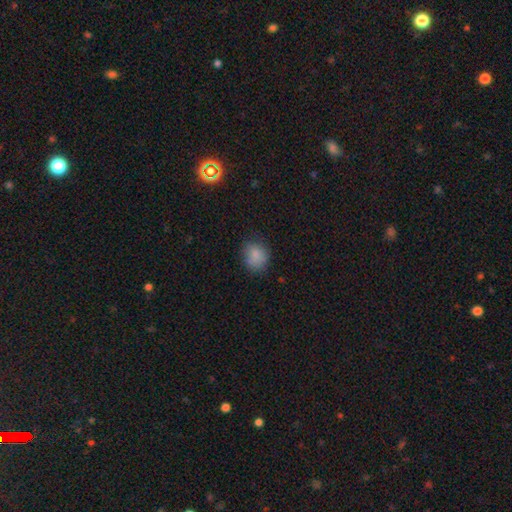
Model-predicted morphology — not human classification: A smooth galaxy with no disk features (83%) that is round (62%). Merging: none (74%).